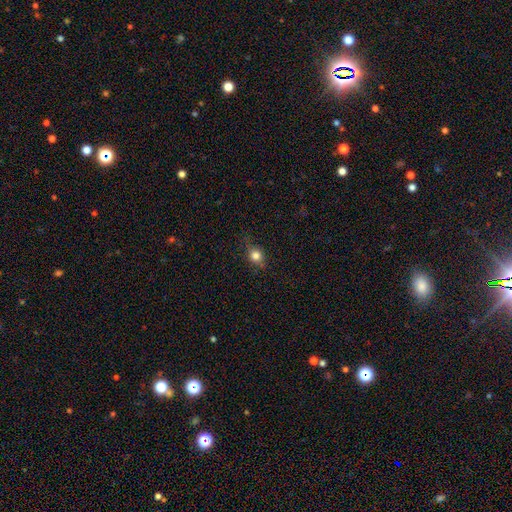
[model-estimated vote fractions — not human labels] Smooth or featured: smooth — 79% (star or artifact — 12%)
How rounded: round — 73% (in between — 25%)
Merging: none — 75% (minor disturbance — 19%)